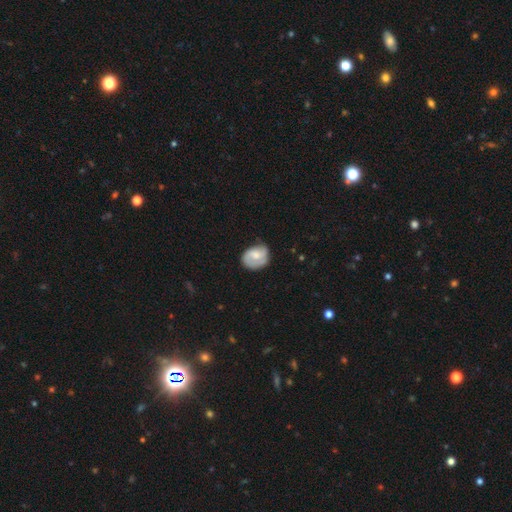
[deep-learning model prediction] Overall: featured or disk (49%; smooth 44%). Merging: none (61%; minor disturbance 28%).